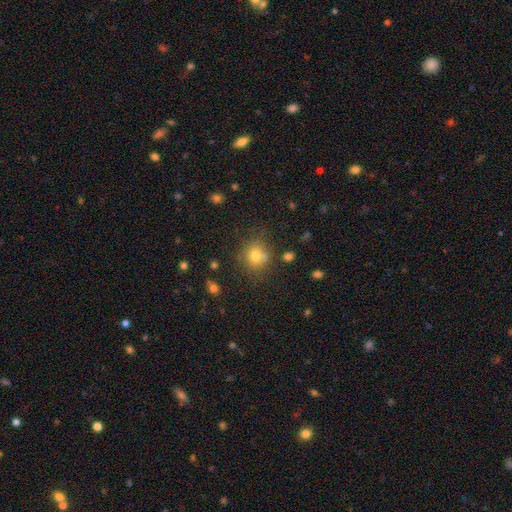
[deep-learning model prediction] Smooth or featured?
  - smooth: 76% *
  - star or artifact: 14%
  - featured or disk: 10%
How rounded?
  - round: 79% *
  - in between: 20%
  - cigar-shaped: 1%
Merging?
  - none: 68% *
  - minor disturbance: 15%
  - merger: 12%
  - major disturbance: 5%